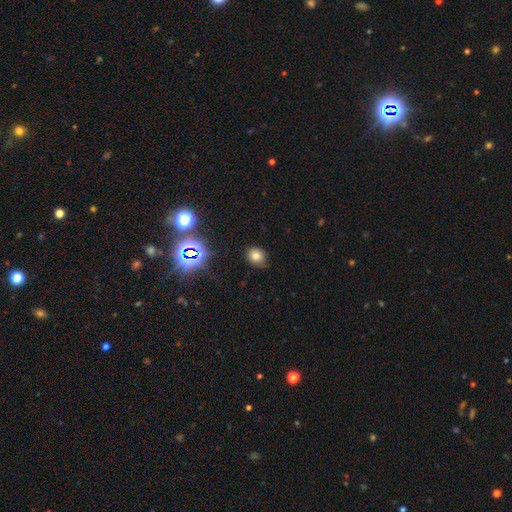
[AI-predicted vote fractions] This is likely a smooth galaxy (72%). How rounded: likely round (67%). Merging: likely none (76%).